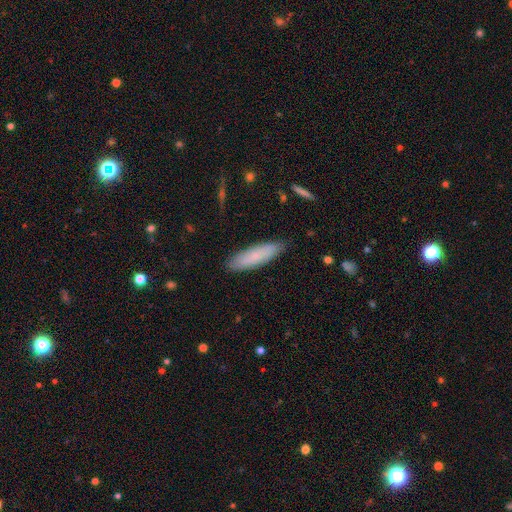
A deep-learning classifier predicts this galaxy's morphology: smooth-or-featured: smooth: 76% | featured or disk: 17% | star or artifact: 6%
  how-rounded: cigar-shaped: 65% | in between: 34% | round: 1%
  merging: none: 85% | minor disturbance: 12% | major disturbance: 2% | merger: 1%